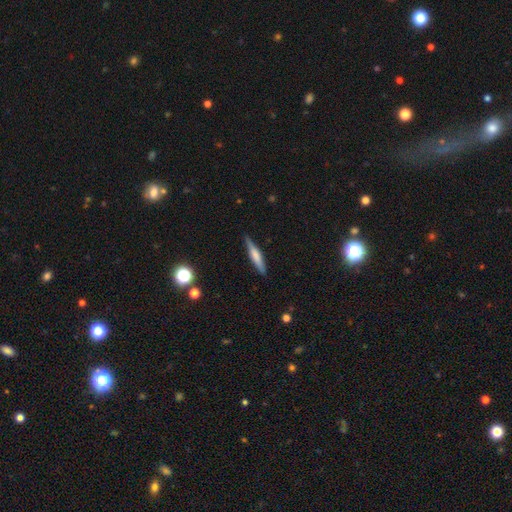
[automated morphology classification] Smooth or featured? smooth (49%)
Merging? none (87%)